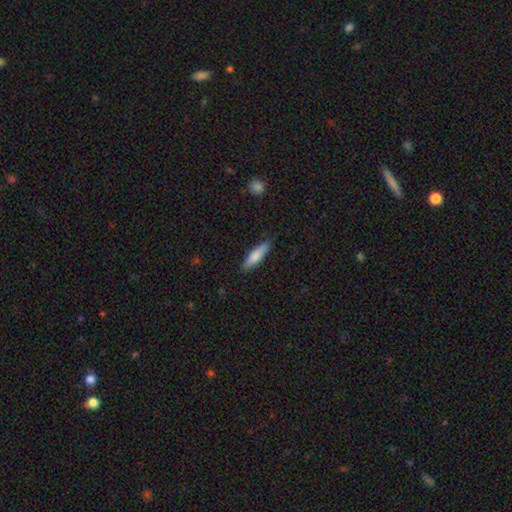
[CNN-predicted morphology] Smooth or featured? Predicted: smooth (p=0.77). How rounded? Predicted: cigar-shaped (p=0.72). Merging? Predicted: none (p=0.86).